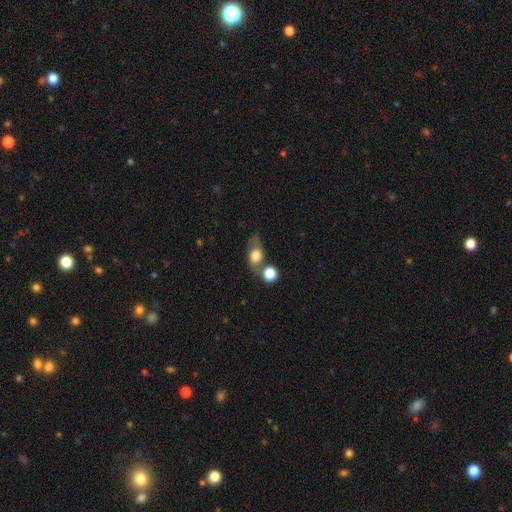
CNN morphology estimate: This appears to be a smooth galaxy with no disk features (63%) that is in between round and cigar-shaped (61%). Merging: none (49%).